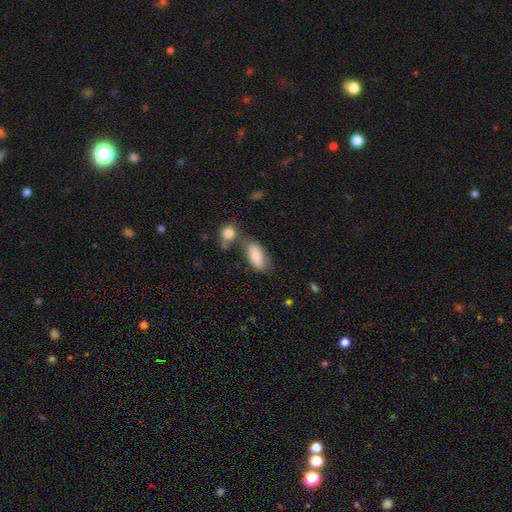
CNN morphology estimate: type=smooth (77%); roundness=in between (81%); merging=none (51%).